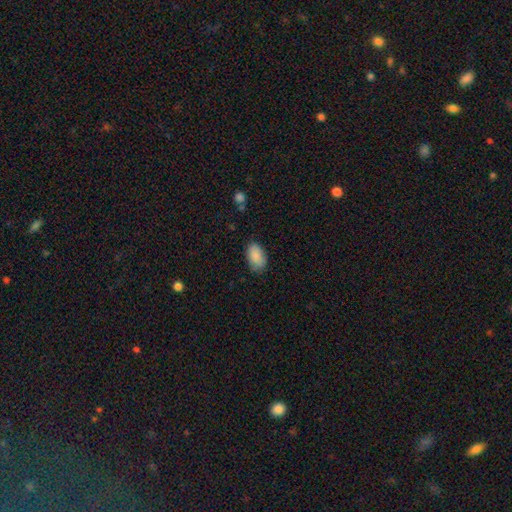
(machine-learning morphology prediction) Overall: smooth (88%). How rounded: in between (92%). Merging: none (75%).